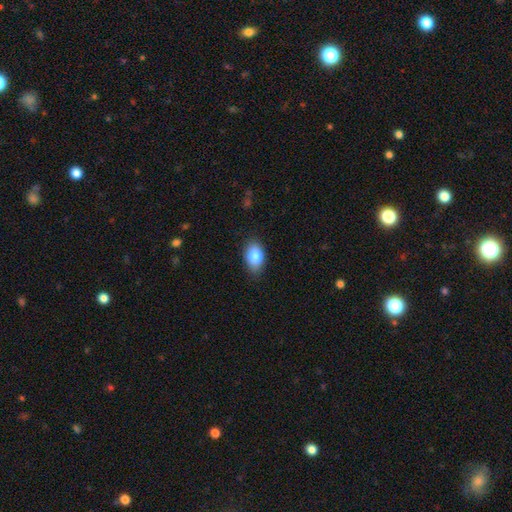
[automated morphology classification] Smooth or featured: smooth — 85% (featured or disk — 8%)
How rounded: in between — 89% (round — 10%)
Merging: none — 84% (minor disturbance — 13%)